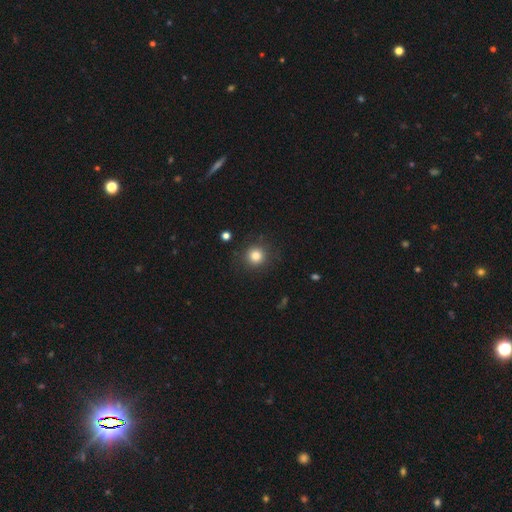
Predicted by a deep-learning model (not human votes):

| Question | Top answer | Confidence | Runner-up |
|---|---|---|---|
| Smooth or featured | smooth | 82% | star or artifact (12%) |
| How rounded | round | 93% | in between (6%) |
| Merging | none | 88% | minor disturbance (8%) |